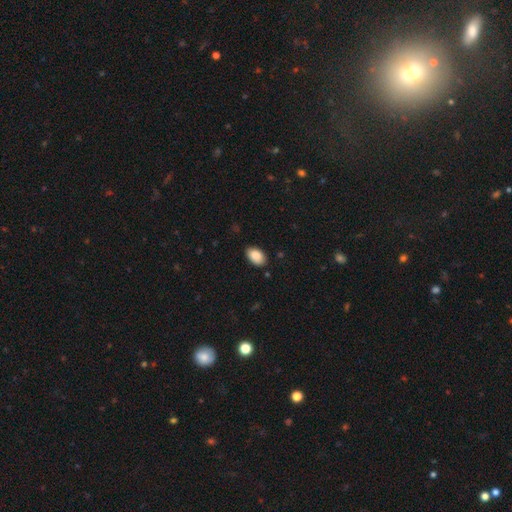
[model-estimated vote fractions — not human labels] Smooth or featured? Predicted: smooth (p=0.88). How rounded? Predicted: in between (p=0.93). Merging? Predicted: none (p=0.85).